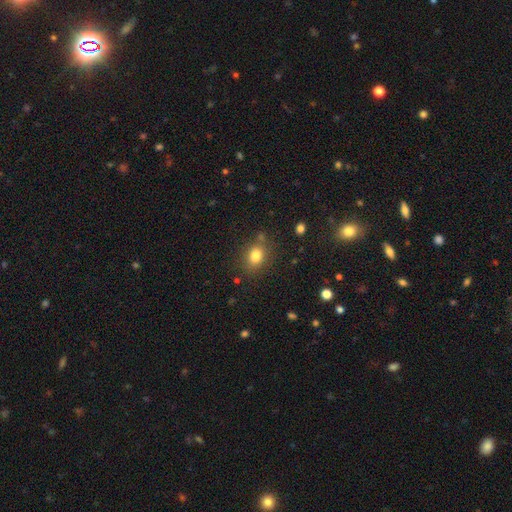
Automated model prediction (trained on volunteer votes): Smooth or featured? smooth (81%)
How rounded? round (52%)
Merging? none (78%)